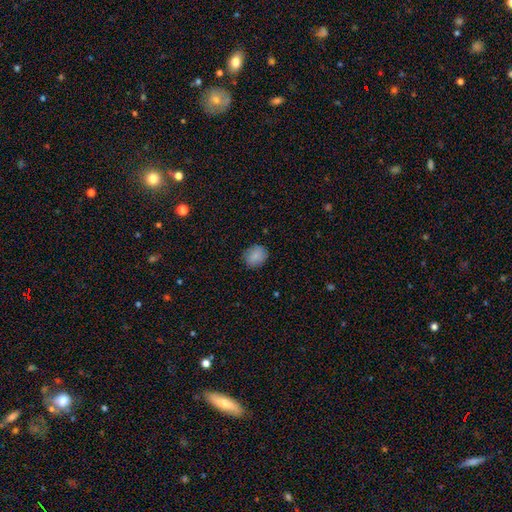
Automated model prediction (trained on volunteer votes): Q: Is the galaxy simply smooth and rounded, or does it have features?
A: smooth — 86%.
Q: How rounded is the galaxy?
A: round — 72%.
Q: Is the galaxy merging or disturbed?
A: none — 85%.